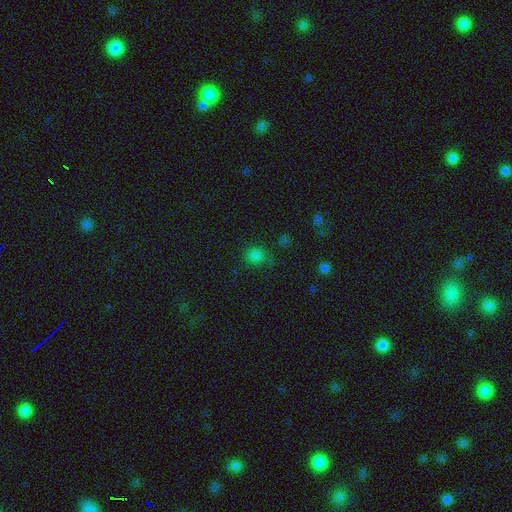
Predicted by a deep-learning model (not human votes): smooth 77%, star or artifact 19%, featured or disk 4%. Down the decision tree: how rounded — round (84%); merging — none (78%).